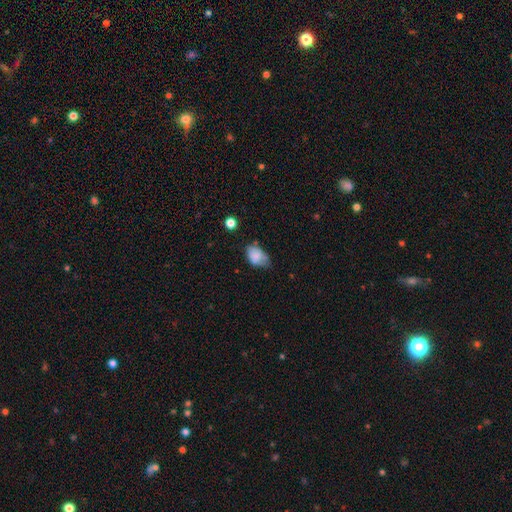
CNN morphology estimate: This is likely a smooth galaxy (79%). How rounded: clearly in between (84%). Merging: marginally none (44%).